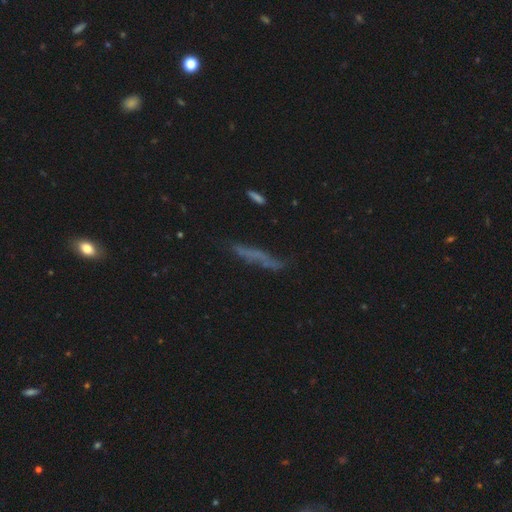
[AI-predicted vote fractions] Smooth or featured? Predicted: smooth (p=0.46). Merging? Predicted: none (p=0.64).